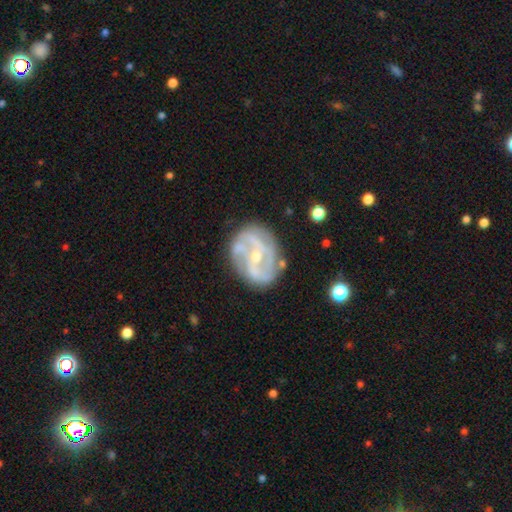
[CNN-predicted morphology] type=featured or disk (85%); edge-on=no (97%); bar=no (38%, tied with weak); spiral arms=yes (89%); winding=medium (45%); arm count=2 (58%); bulge=small (57%); merging=none (69%).